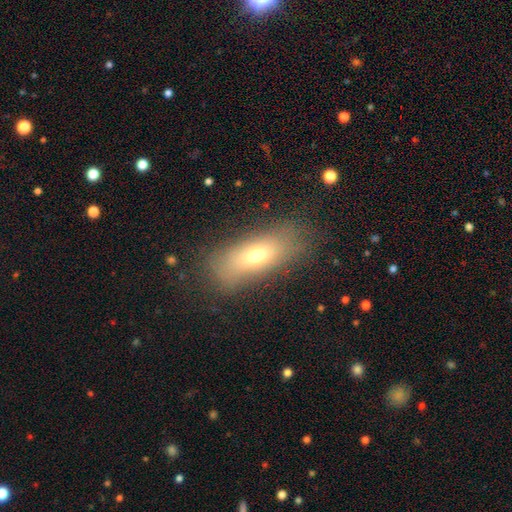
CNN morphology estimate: The model was most divided on "smooth or featured": smooth: 62%, featured or disk: 26%, star or artifact: 12%. More confident: merging — none (75%); how rounded — in between (68%).